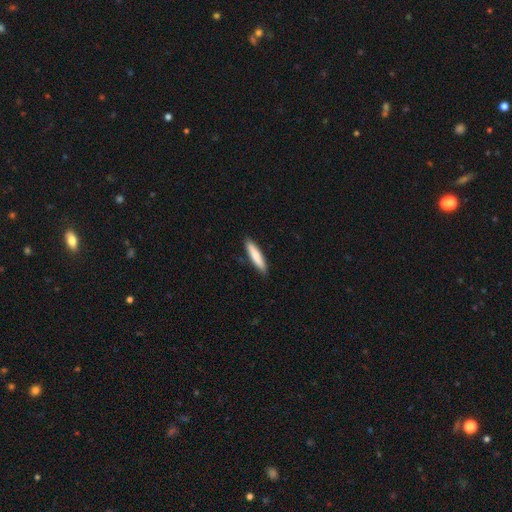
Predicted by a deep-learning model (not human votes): Smooth or featured: smooth — 79% (featured or disk — 16%)
How rounded: cigar-shaped — 82% (in between — 17%)
Merging: none — 89% (minor disturbance — 8%)